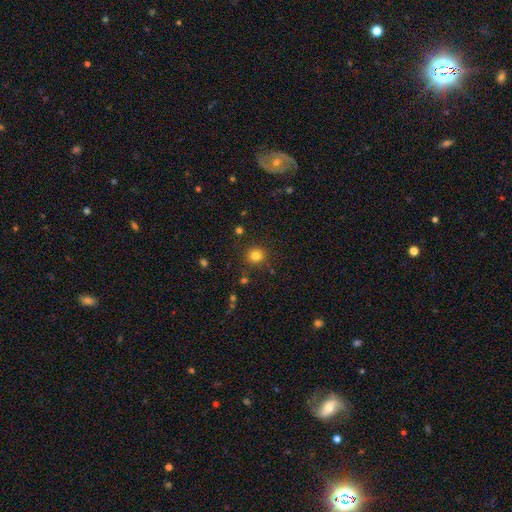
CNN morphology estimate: smooth 81%, star or artifact 14%, featured or disk 6%. Down the decision tree: how rounded — round (90%); merging — none (88%).